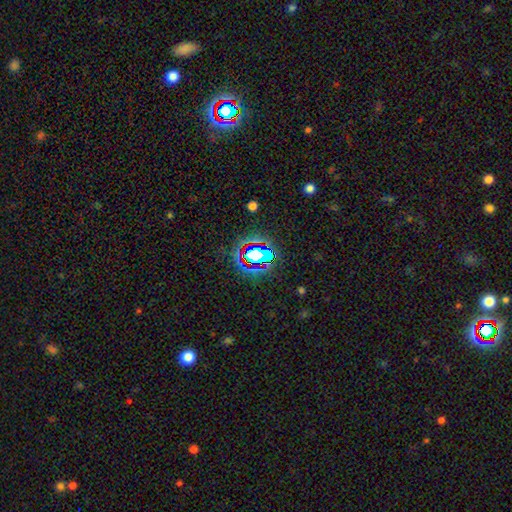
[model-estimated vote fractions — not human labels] Smooth or featured? star or artifact (64%)